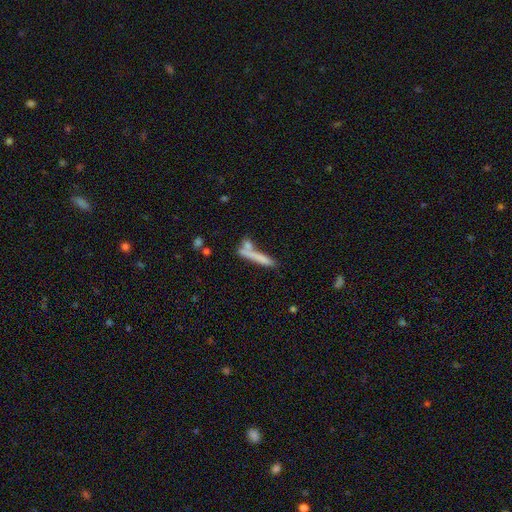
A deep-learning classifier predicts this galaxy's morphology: The model was most divided on "smooth or featured": smooth: 63%, featured or disk: 28%, star or artifact: 9%. More confident: how rounded — cigar-shaped (92%); merging — none (61%).